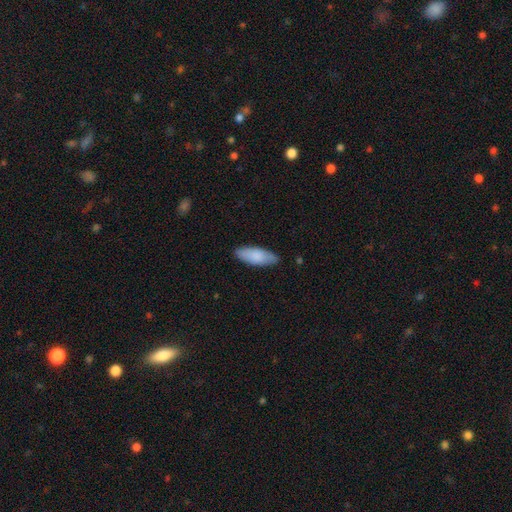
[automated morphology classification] This appears to be a smooth galaxy with no disk features (83%) that is in between round and cigar-shaped (74%). Merging: none (84%).